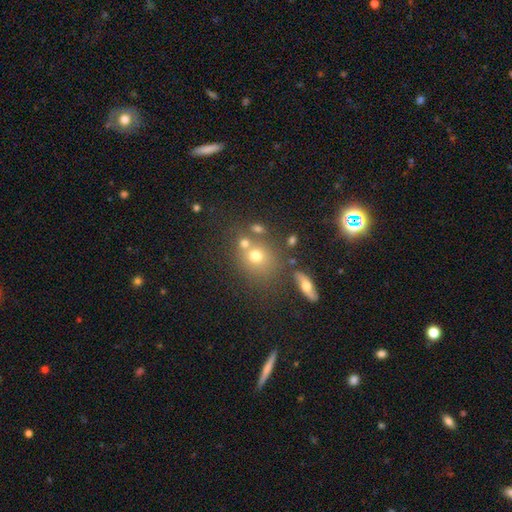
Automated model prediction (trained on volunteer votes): Morphology: type=smooth (68%); roundness=round (74%); merging=none (58%).